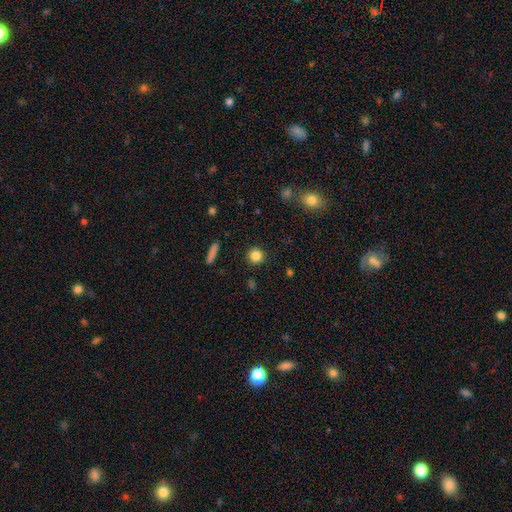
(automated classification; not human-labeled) Smooth or featured? Predicted: smooth (p=0.84). How rounded? Predicted: round (p=0.92). Merging? Predicted: none (p=0.90).